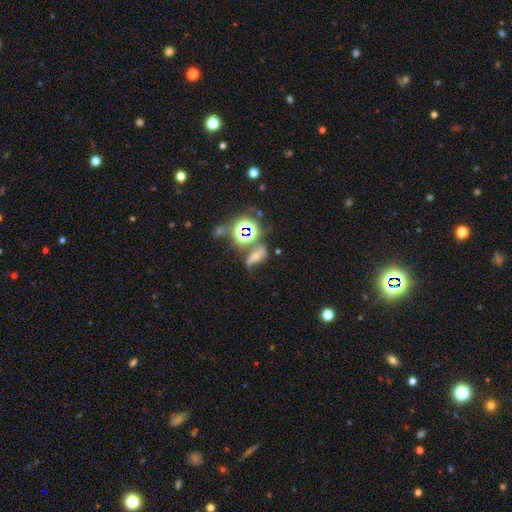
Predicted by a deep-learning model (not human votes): Smooth or featured? featured or disk (38%)
Merging? none (41%)